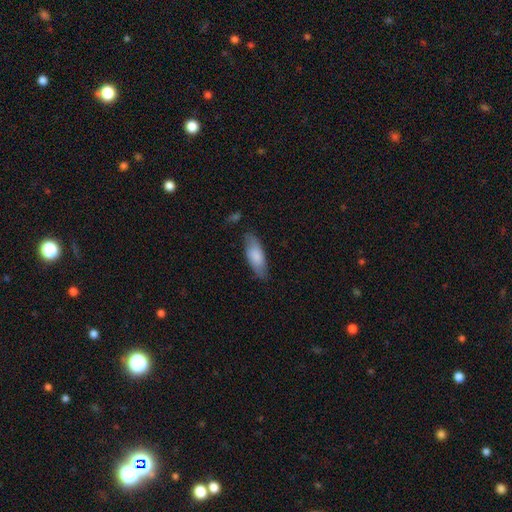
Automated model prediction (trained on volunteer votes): Q: Smooth or featured?
A: smooth (79%); runner-up: featured or disk (15%)
Q: How rounded?
A: in between (69%); runner-up: cigar-shaped (30%)
Q: Merging?
A: none (77%); runner-up: minor disturbance (17%)